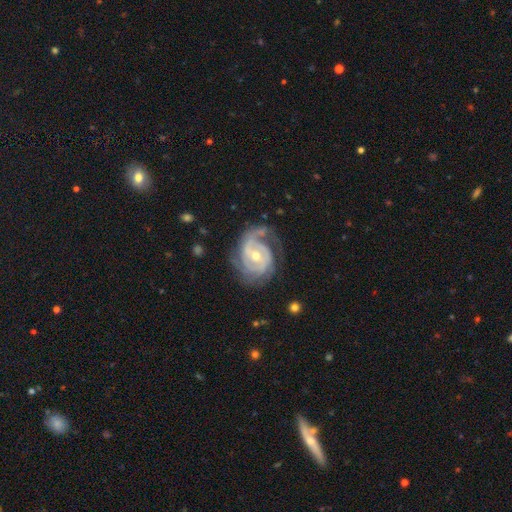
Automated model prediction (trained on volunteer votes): smooth-or-featured: featured or disk: 90% | smooth: 5% | star or artifact: 4%
  disk-edge-on: no: 97% | yes: 3%
    bar: no: 54% | weak: 34% | strong: 12%
    has-spiral-arms: yes: 97% | no: 3%
      spiral-winding: tight: 61% | medium: 31% | loose: 8%
      spiral-arm-count: 2: 42% | 3: 25% | can't tell: 16% | 1: 7% | 4: 5% | more than 4: 4%
    bulge-size: moderate: 54% | small: 43% | large: 2% | none: 1% | dominant: 1%
  merging: none: 63% | minor disturbance: 21% | major disturbance: 14% | merger: 2%